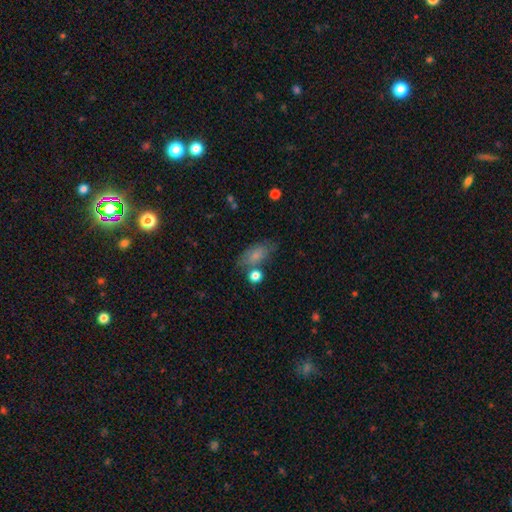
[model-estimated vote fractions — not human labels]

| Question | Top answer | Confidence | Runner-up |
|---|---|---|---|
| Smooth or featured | smooth | 76% | featured or disk (15%) |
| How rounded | in between | 86% | round (8%) |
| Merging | none | 60% | minor disturbance (21%) |